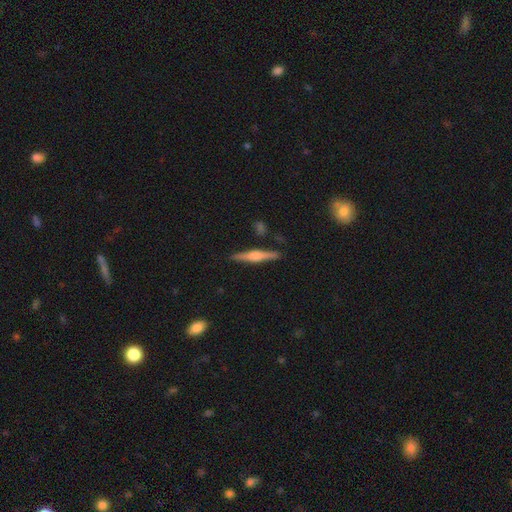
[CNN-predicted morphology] Q: Smooth or featured?
A: featured or disk (66%); runner-up: smooth (28%)
Q: Edge-on disk?
A: yes (97%); runner-up: no (3%)
Q: Edge-on bulge?
A: rounded (80%); runner-up: boxy (14%)
Q: Merging?
A: none (88%); runner-up: minor disturbance (8%)